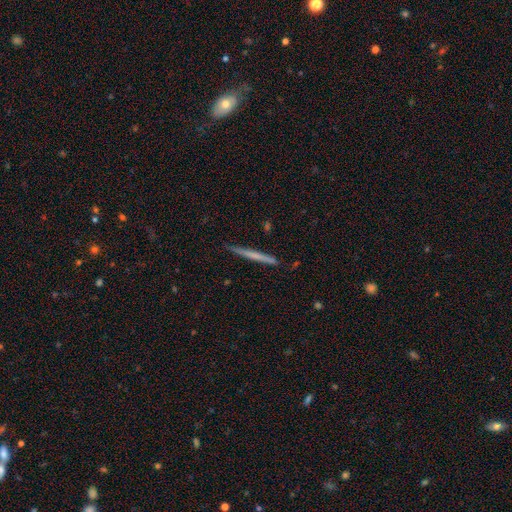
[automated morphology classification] A smooth galaxy with no disk features (52%) that is cigar-shaped (97%).

Vote fractions:
- Smooth or featured? smooth: 52% / featured or disk: 43% / star or artifact: 5%
- How rounded? cigar-shaped: 97% / in between: 2% / round: 1%
- Merging? none: 89% / minor disturbance: 8% / major disturbance: 1% / merger: 1%